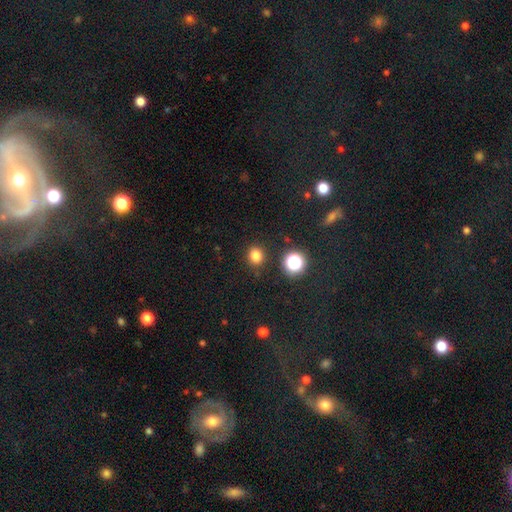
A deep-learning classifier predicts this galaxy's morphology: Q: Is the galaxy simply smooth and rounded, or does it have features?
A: smooth — 79%.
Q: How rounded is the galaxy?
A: round — 73%.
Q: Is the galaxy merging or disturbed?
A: none — 87%.